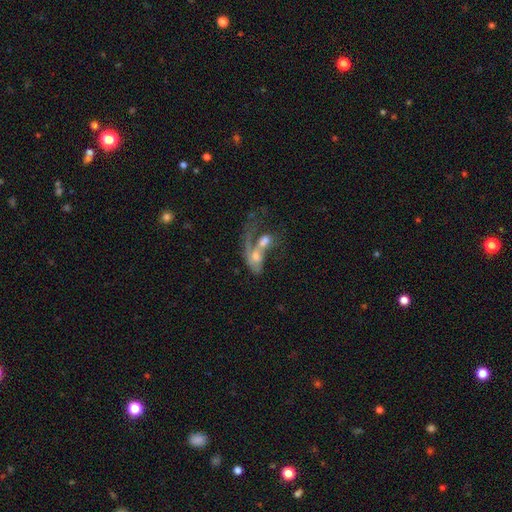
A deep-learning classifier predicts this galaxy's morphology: smooth-or-featured: featured or disk: 56% | smooth: 34% | star or artifact: 10%
  disk-edge-on: no: 89% | yes: 11%
  merging: merger: 67% | major disturbance: 17% | none: 11% | minor disturbance: 5%